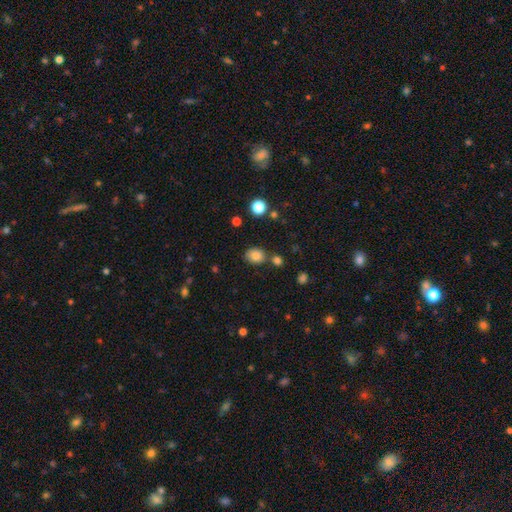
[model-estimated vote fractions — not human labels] smooth 82%, star or artifact 11%, featured or disk 6%. Down the decision tree: how rounded — round (56%); merging — none (75%).